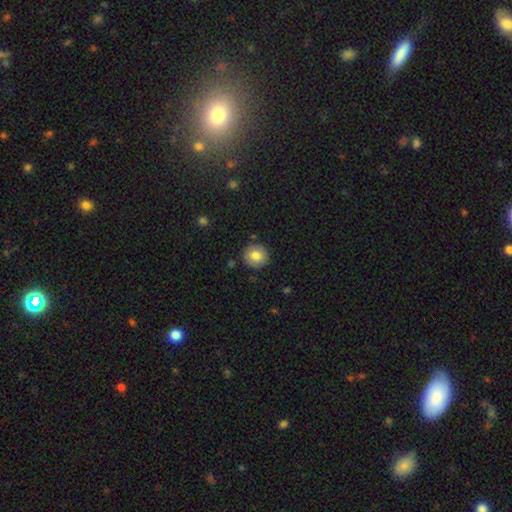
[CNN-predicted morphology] Overall: smooth (80%). How rounded: round (94%). Merging: none (90%).